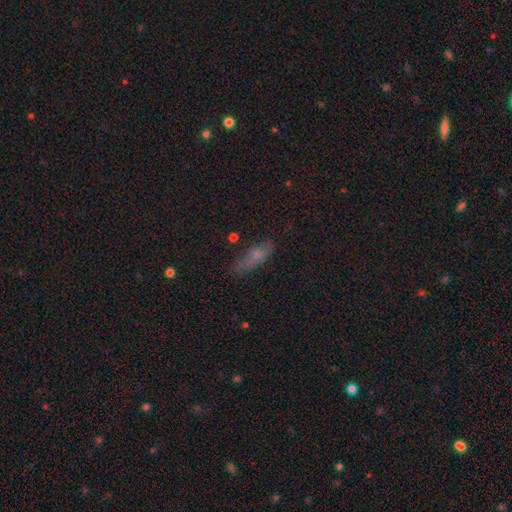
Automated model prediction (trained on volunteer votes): Morphology: type=smooth (62%); roundness=in between (53%); merging=none (66%).